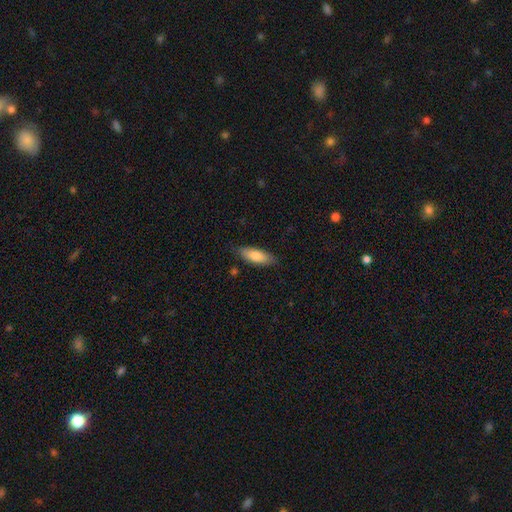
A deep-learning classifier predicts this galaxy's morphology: Overall: smooth (79%). How rounded: in between (66%; cigar-shaped 33%). Merging: none (83%).